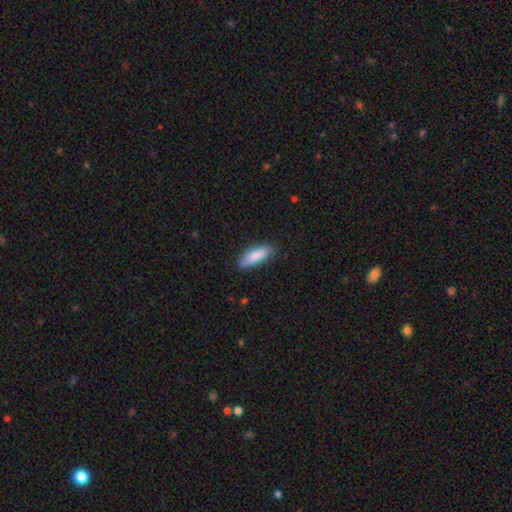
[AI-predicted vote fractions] A smooth galaxy with no disk features (85%) that is in between round and cigar-shaped (53%). Merging: none (82%).